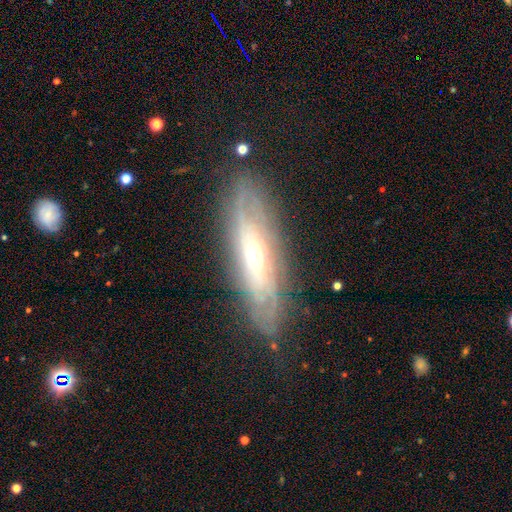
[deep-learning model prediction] This is likely a featured or disk galaxy (76%). It is likely not viewed edge-on (66%). Bar: likely no (64%). Spiral arm pattern: likely yes (79%). Central bulge: possibly moderate (48%). Merging: likely none (80%).